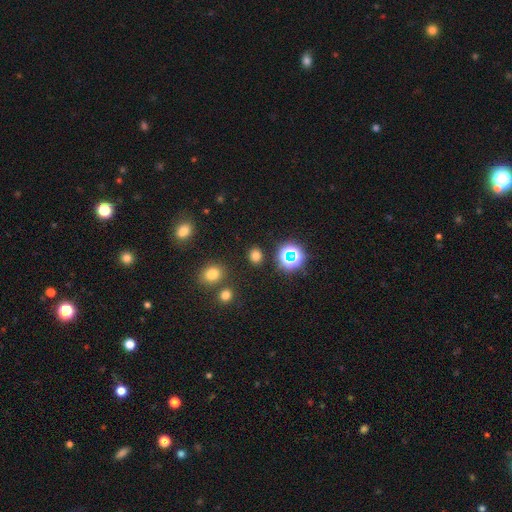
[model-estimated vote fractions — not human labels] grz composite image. It shows a smooth galaxy with no disk features (70%) that is round (59%). Merging: none (86%).